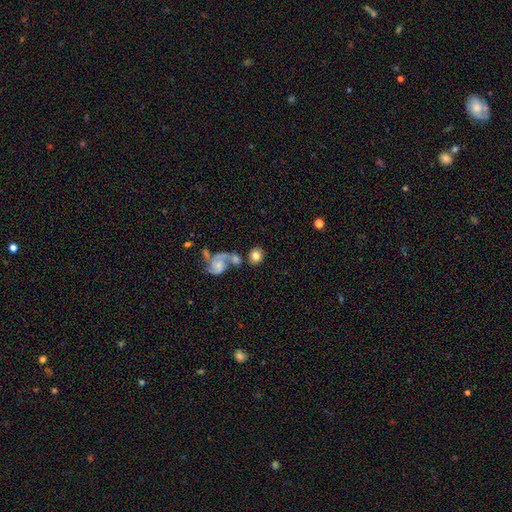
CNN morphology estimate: smooth_or_featured: smooth (p=0.73) [alt: featured or disk p=0.19]
how_rounded: round (p=0.71) [alt: in between p=0.28]
merging: none (p=0.58) [alt: merger p=0.24]